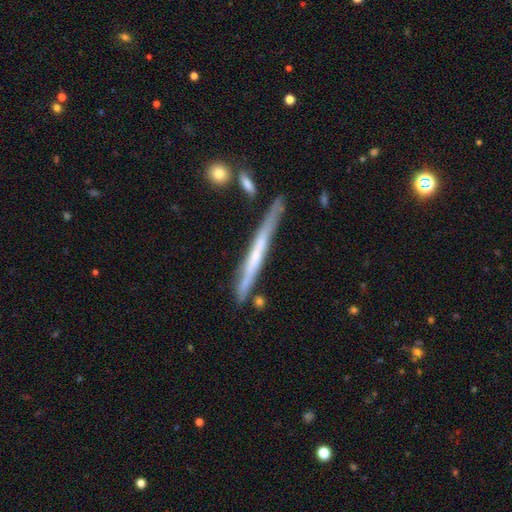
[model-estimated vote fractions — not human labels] Morphology: type=featured or disk (60%); edge-on=yes (94%); edge-on bulge=none (74%); merging=none (75%).